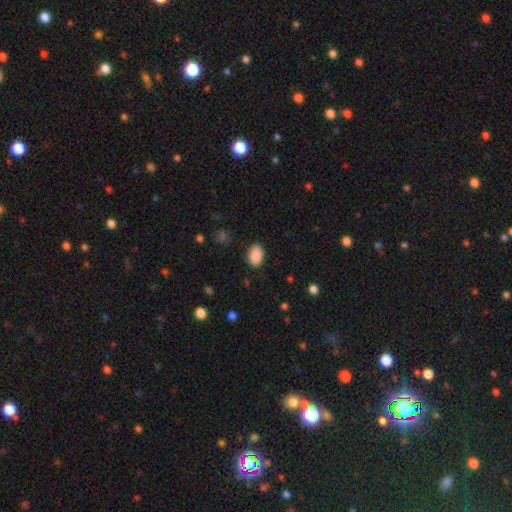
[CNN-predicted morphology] smooth 89%, star or artifact 7%, featured or disk 4%. Down the decision tree: how rounded — in between (88%); merging — none (86%).